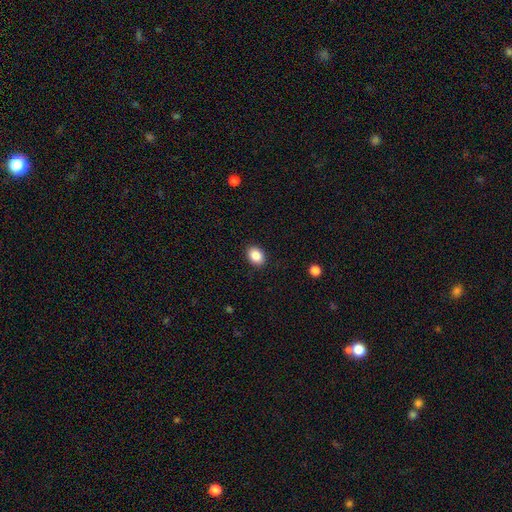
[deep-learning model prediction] Overall: smooth (87%). How rounded: in between (68%; round 31%). Merging: none (90%).